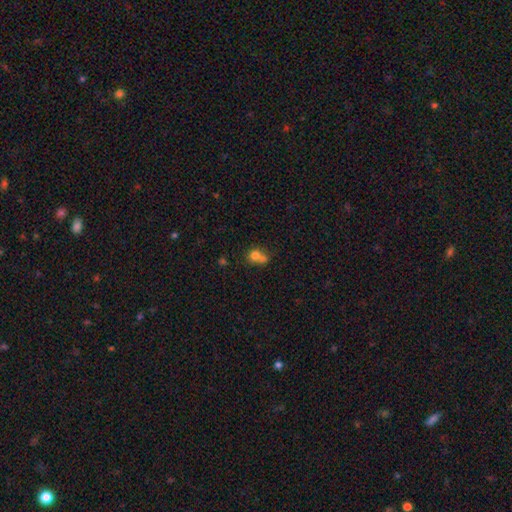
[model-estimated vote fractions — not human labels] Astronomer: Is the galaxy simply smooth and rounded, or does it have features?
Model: smooth — 73%.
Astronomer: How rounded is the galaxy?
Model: round — 62% (runner-up: in between, 37%).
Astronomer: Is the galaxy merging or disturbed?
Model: merger — 48% (runner-up: none, 30%).